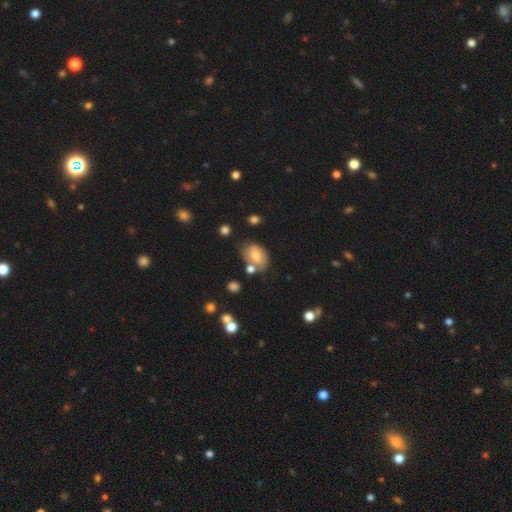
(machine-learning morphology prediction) A smooth galaxy with no disk features (69%) that is in between round and cigar-shaped (82%). Merging: none (51%).